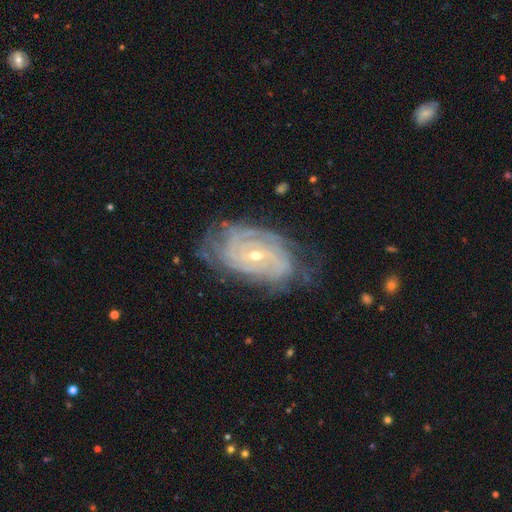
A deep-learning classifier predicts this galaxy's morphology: A featured or disk galaxy (90%) with no bar (47%), tight (80%) spiral arms (98%) and a small central bulge (56%). Merging: none (69%).